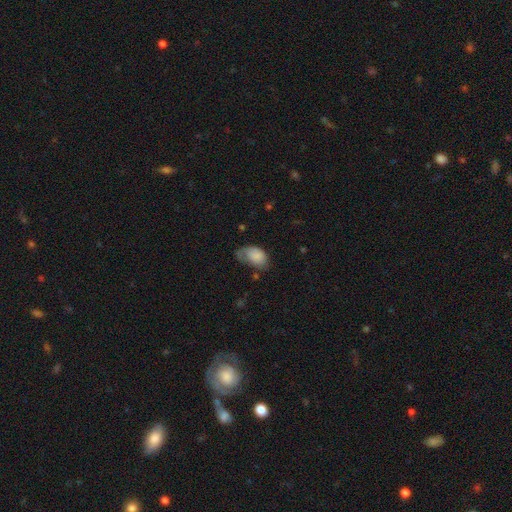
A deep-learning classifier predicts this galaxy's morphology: smooth 71%, featured or disk 22%, star or artifact 8%. Down the decision tree: how rounded — in between (90%); merging — minor disturbance (32%, tied with none and major disturbance).